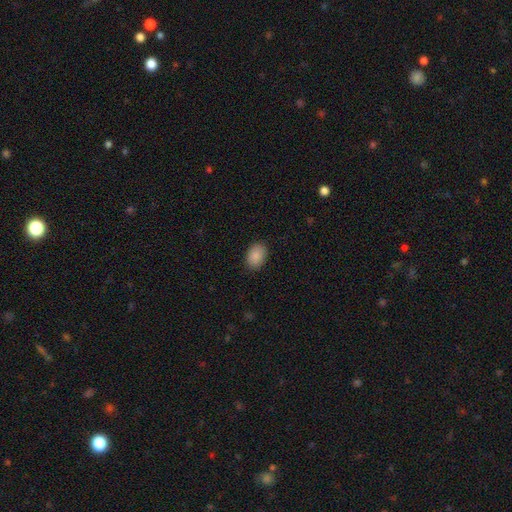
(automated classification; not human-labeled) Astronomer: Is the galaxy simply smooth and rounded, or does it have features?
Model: smooth — 89%.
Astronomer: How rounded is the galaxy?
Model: in between — 82%.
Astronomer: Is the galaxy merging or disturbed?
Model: none — 88%.